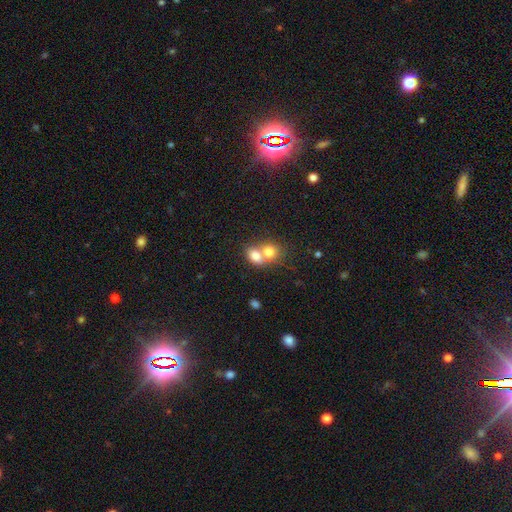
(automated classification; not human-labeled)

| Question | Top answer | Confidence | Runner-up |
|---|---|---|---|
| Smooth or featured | smooth | 76% | featured or disk (15%) |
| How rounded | in between | 56% | round (42%) |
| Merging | merger | 69% | none (22%) |